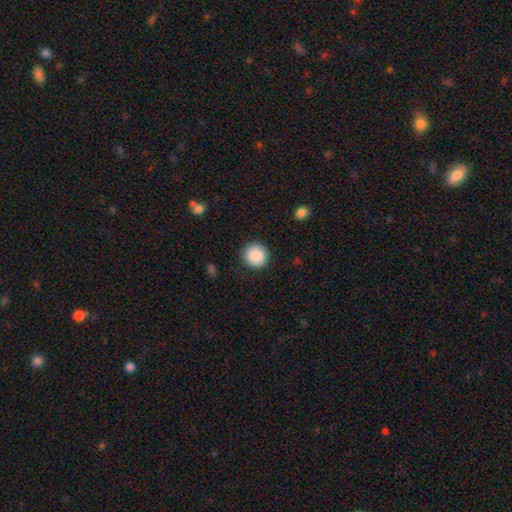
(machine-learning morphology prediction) Smooth or featured?
  - smooth: 88% *
  - star or artifact: 8%
  - featured or disk: 4%
How rounded?
  - round: 94% *
  - in between: 5%
  - cigar-shaped: 1%
Merging?
  - none: 89% *
  - minor disturbance: 7%
  - major disturbance: 2%
  - merger: 1%